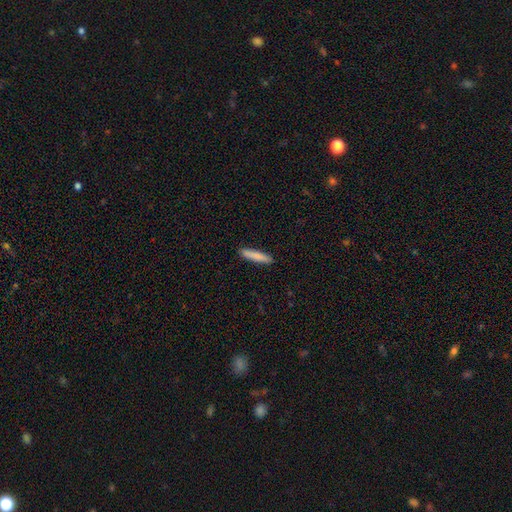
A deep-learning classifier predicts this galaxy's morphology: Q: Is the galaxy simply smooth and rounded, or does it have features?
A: smooth — 85%.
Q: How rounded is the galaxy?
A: cigar-shaped — 90%.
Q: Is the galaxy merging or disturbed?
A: none — 91%.